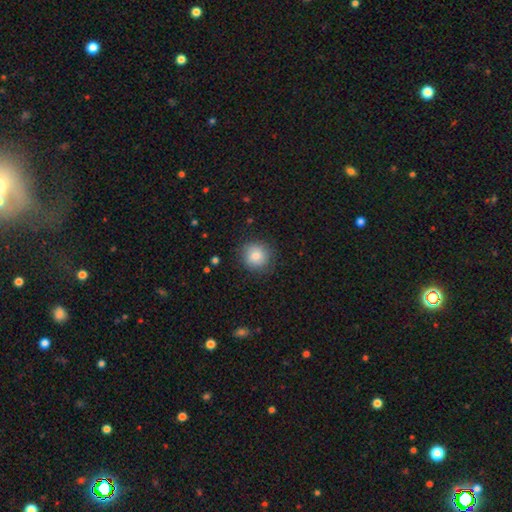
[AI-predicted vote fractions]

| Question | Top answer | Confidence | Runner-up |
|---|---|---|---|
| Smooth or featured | smooth | 83% | star or artifact (9%) |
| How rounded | round | 90% | in between (9%) |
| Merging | none | 85% | minor disturbance (11%) |